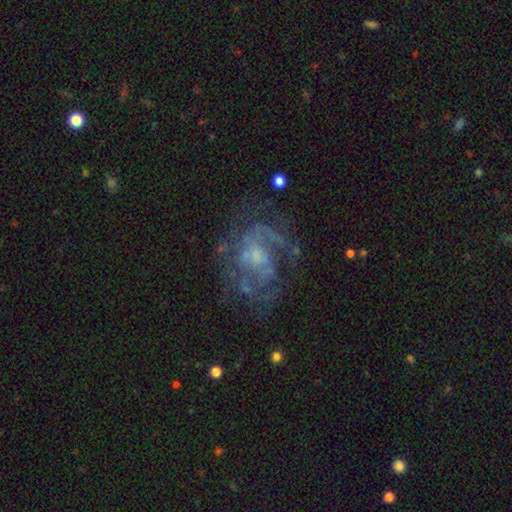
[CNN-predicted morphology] This appears to be a featured or disk galaxy (77%) with no bar (66%), medium (41%) spiral arms (68%) and a small central bulge (42%). Merging: none (52%).